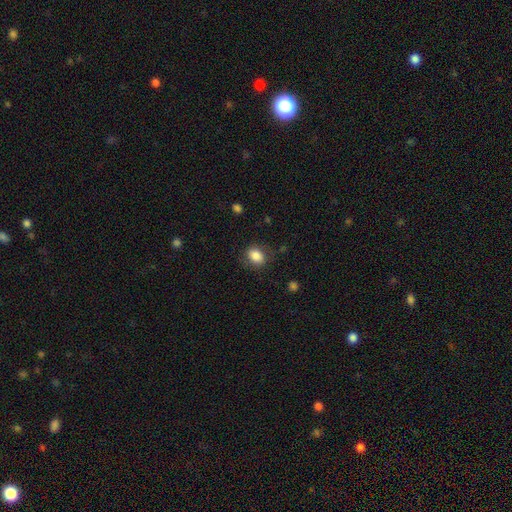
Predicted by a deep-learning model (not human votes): Overall: smooth (84%). How rounded: in between (62%; round 37%). Merging: none (78%).